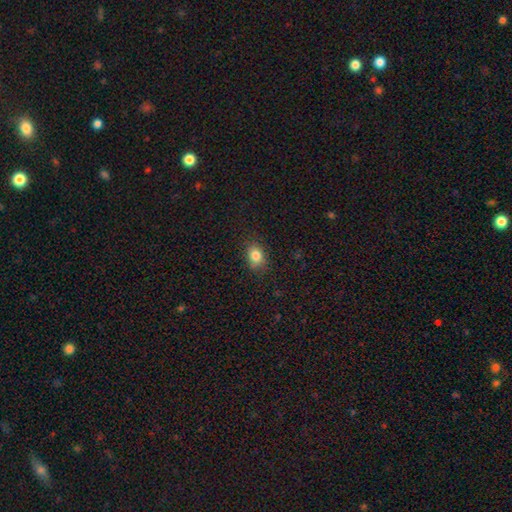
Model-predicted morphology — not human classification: A smooth galaxy with no disk features (83%) that is in between round and cigar-shaped (63%). Merging: none (83%).